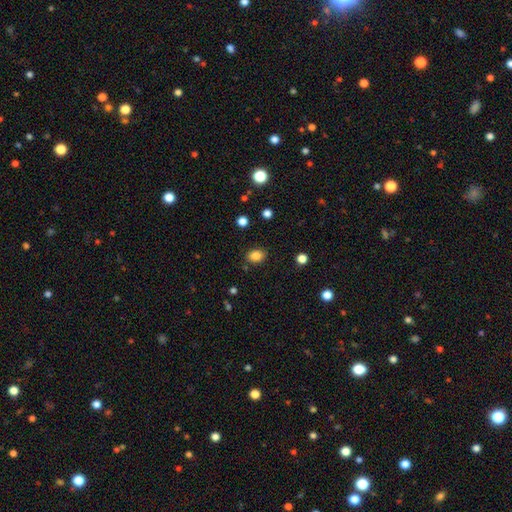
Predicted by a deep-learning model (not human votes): A smooth galaxy with no disk features (85%) that is in between round and cigar-shaped (65%).

Vote fractions:
- Smooth or featured? smooth: 85% / star or artifact: 11% / featured or disk: 5%
- How rounded? in between: 65% / round: 34% / cigar-shaped: 1%
- Merging? none: 85% / minor disturbance: 10% / major disturbance: 3% / merger: 2%